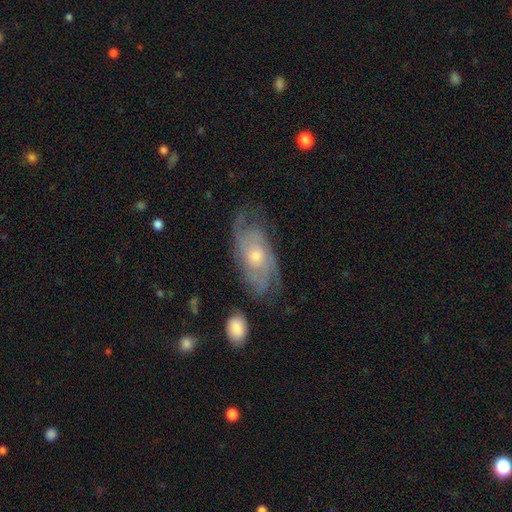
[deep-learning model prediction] smooth-or-featured: featured or disk: 79% | smooth: 15% | star or artifact: 6%
  disk-edge-on: no: 93% | yes: 7%
    bar: no: 77% | weak: 20% | strong: 3%
    has-spiral-arms: yes: 90% | no: 10%
      spiral-winding: tight: 54% | medium: 34% | loose: 12%
      spiral-arm-count: can't tell: 44% | 2: 27% | 3: 14% | 4: 7% | 1: 5% | more than 4: 4%
    bulge-size: small: 55% | moderate: 40% | large: 2% | none: 1% | dominant: 1%
  merging: none: 64% | minor disturbance: 21% | major disturbance: 12% | merger: 3%